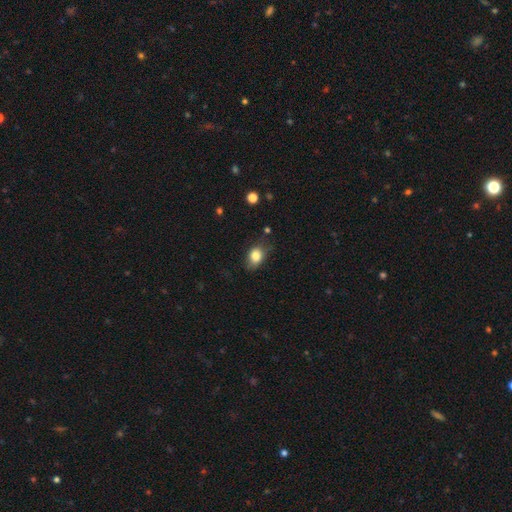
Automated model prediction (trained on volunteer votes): smooth_or_featured: smooth (p=0.82) [alt: featured or disk p=0.09]
how_rounded: in between (p=0.66) [alt: round p=0.33]
merging: none (p=0.68) [alt: minor disturbance p=0.24]